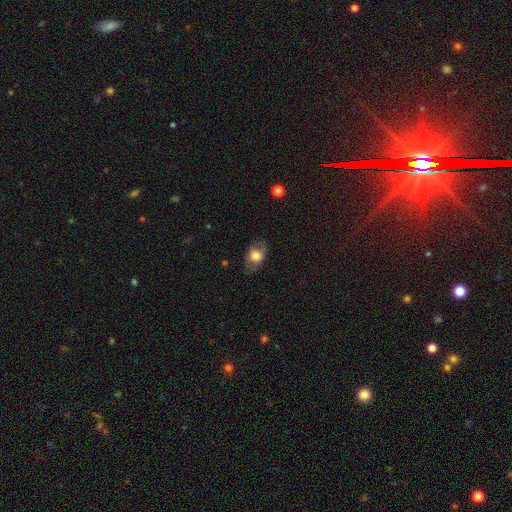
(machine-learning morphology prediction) type=smooth (69%); roundness=in between (79%); merging=none (76%).